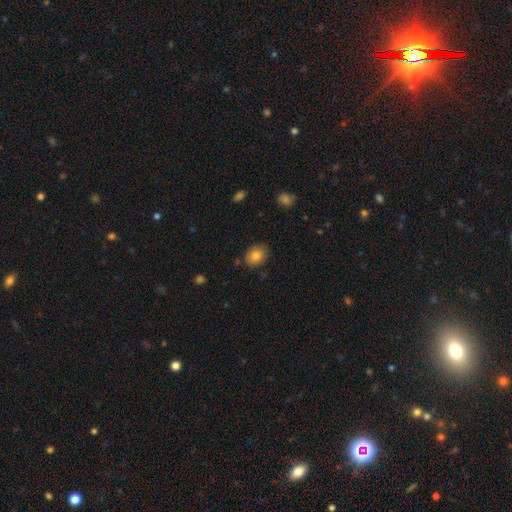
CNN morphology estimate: A smooth galaxy with no disk features (81%) that is in between round and cigar-shaped (54%). Merging: none (85%).